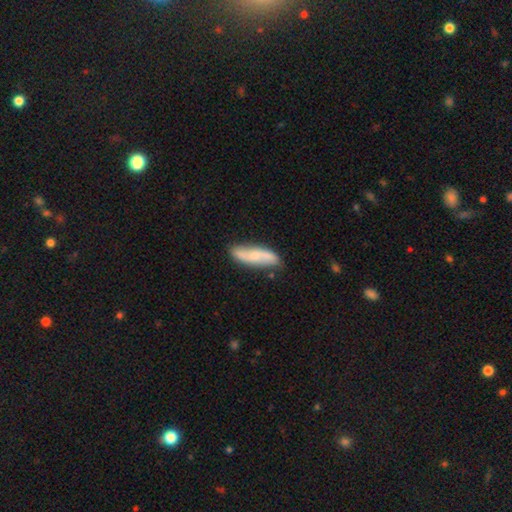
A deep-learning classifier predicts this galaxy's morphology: This is possibly a smooth galaxy (47%). Merging: likely none (76%).